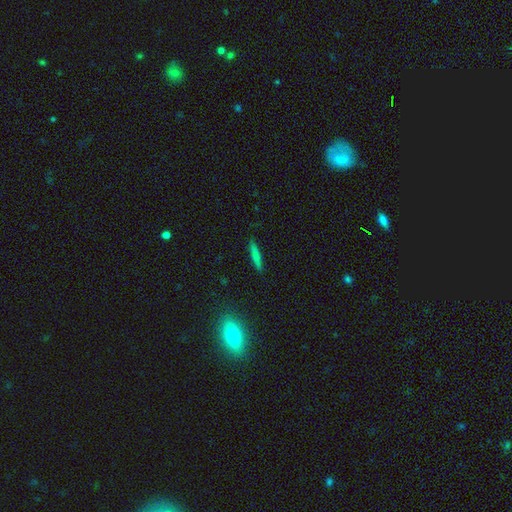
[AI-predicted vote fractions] A smooth galaxy with no disk features (75%) that is cigar-shaped (91%).

Vote fractions:
- Smooth or featured? smooth: 75% / featured or disk: 17% / star or artifact: 9%
- How rounded? cigar-shaped: 91% / in between: 7% / round: 2%
- Merging? none: 88% / minor disturbance: 9% / major disturbance: 2% / merger: 1%